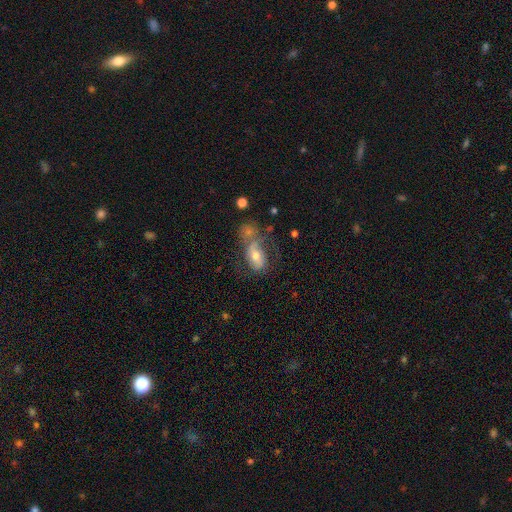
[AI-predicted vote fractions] Smooth or featured: smooth — 50% (featured or disk — 41%)
How rounded: in between — 85% (round — 11%)
Merging: merger — 33% (none — 31%)